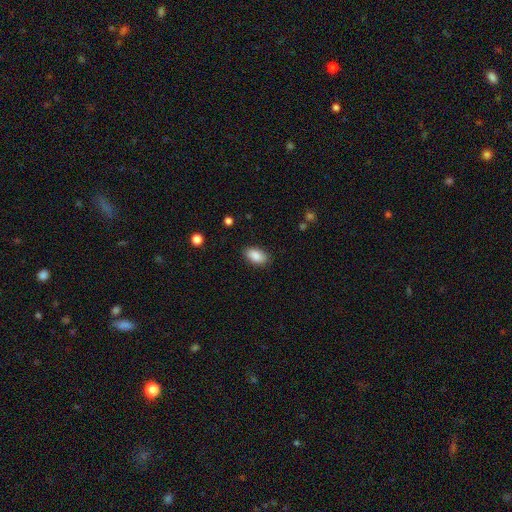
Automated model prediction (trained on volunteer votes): smooth-or-featured: smooth: 88% | star or artifact: 7% | featured or disk: 5%
  how-rounded: in between: 93% | round: 4% | cigar-shaped: 2%
  merging: none: 87% | minor disturbance: 10% | major disturbance: 2% | merger: 1%